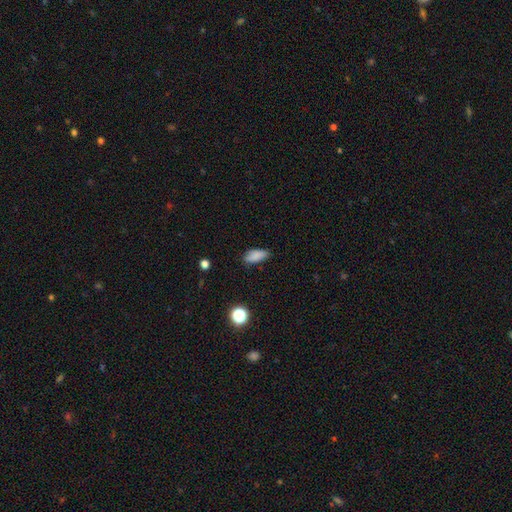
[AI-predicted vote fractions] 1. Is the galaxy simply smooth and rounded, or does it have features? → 85% smooth, 9% star or artifact, 6% featured or disk.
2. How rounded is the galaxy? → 84% in between, 13% cigar-shaped, 3% round.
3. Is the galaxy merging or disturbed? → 80% none, 16% minor disturbance, 3% major disturbance, 1% merger.